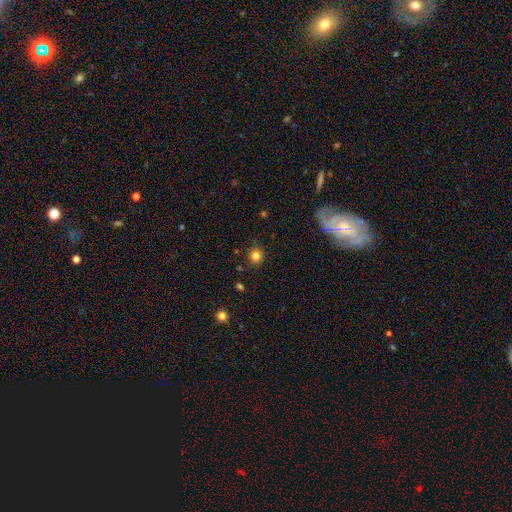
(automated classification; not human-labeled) Morphology: type=smooth (81%); roundness=round (87%); merging=none (86%).